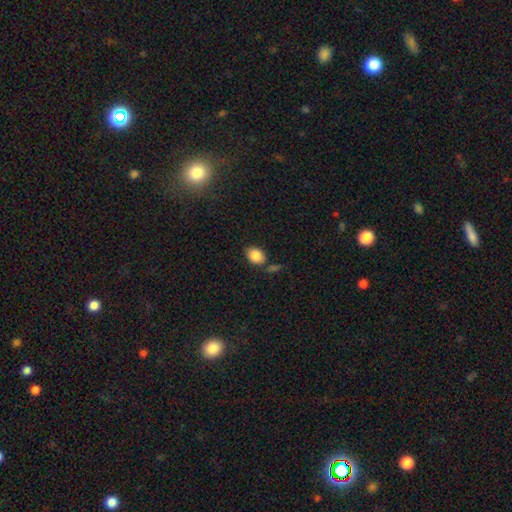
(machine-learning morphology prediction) A smooth galaxy with no disk features (86%) that is in between round and cigar-shaped (70%).

Vote fractions:
- Smooth or featured? smooth: 86% / star or artifact: 8% / featured or disk: 5%
- How rounded? in between: 70% / round: 29% / cigar-shaped: 1%
- Merging? none: 72% / minor disturbance: 14% / merger: 10% / major disturbance: 4%